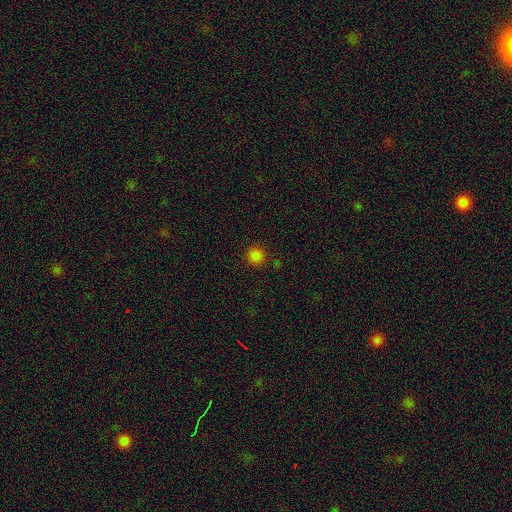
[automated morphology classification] This is clearly a smooth galaxy (82%). How rounded: clearly round (94%). Merging: clearly none (88%).